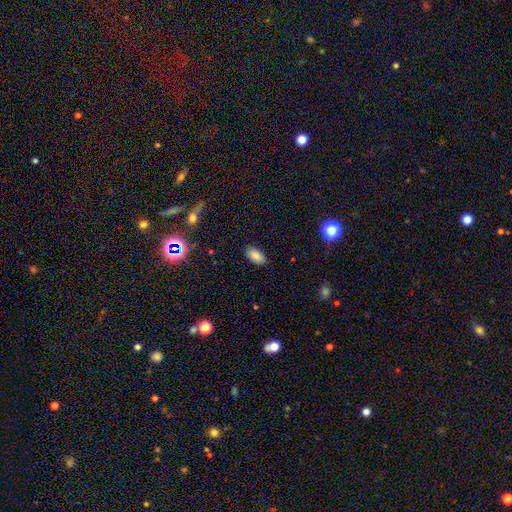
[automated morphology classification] The model was most divided on "smooth or featured": smooth: 85%, star or artifact: 10%, featured or disk: 6%. More confident: how rounded — in between (94%); merging — none (86%).